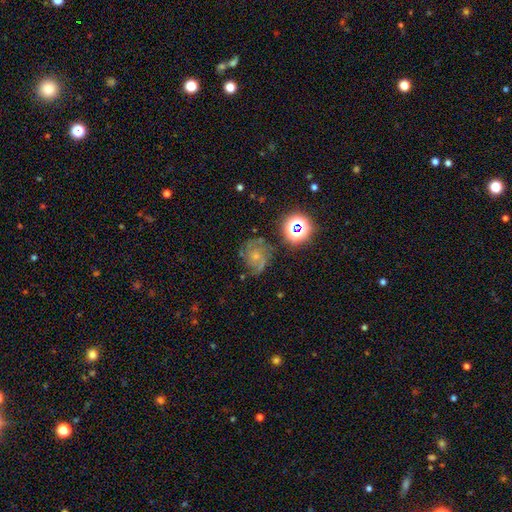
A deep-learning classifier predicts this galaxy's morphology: smooth-or-featured: featured or disk: 61% | star or artifact: 22% | smooth: 16%
  disk-edge-on: no: 97% | yes: 3%
    bar: no: 69% | weak: 26% | strong: 5%
    has-spiral-arms: yes: 92% | no: 8%
      spiral-winding: medium: 45% | tight: 42% | loose: 13%
      spiral-arm-count: 2: 38% | 3: 23% | can't tell: 23% | 1: 6% | 4: 6% | more than 4: 4%
    bulge-size: small: 52% | moderate: 34% | none: 9% | large: 3% | dominant: 2%
  merging: none: 69% | minor disturbance: 18% | major disturbance: 10% | merger: 3%